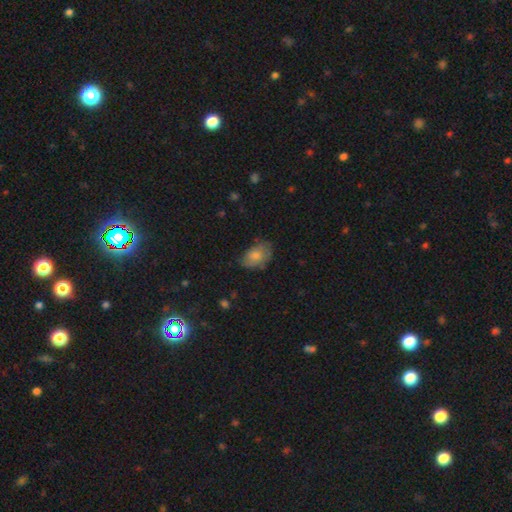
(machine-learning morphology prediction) smooth 76%, featured or disk 17%, star or artifact 7%. Down the decision tree: how rounded — in between (86%); merging — none (61%).